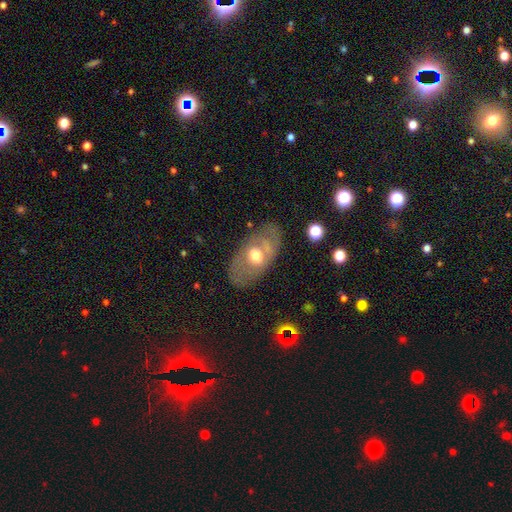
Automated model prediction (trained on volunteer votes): This is possibly a featured or disk galaxy (58%). It is clearly not viewed edge-on (89%). Bar: likely no (62%). Spiral arm pattern: likely no (62%). Central bulge: likely moderate (72%). Merging: likely none (70%).